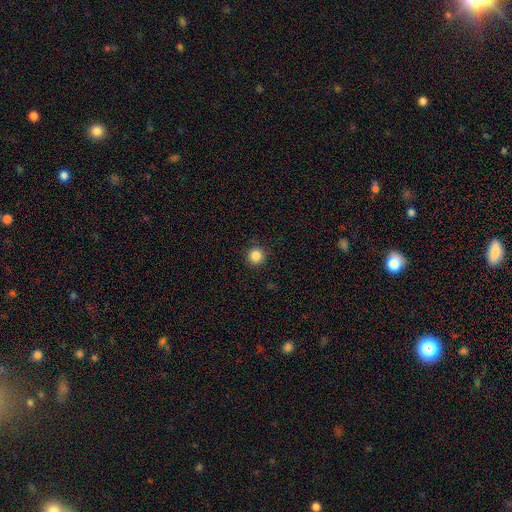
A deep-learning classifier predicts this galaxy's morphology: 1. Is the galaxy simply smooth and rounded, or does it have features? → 86% smooth, 11% star or artifact, 4% featured or disk.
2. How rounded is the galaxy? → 95% round, 4% in between, 1% cigar-shaped.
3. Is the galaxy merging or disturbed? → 90% none, 7% minor disturbance, 2% major disturbance, 1% merger.